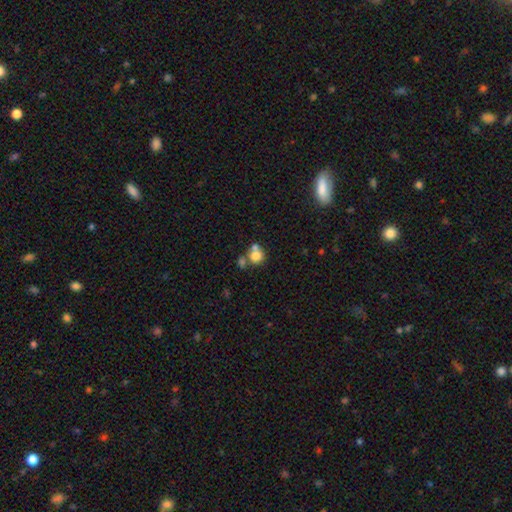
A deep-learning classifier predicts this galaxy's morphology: Smooth or featured?
  - smooth: 76% *
  - featured or disk: 13%
  - star or artifact: 11%
How rounded?
  - round: 84% *
  - in between: 15%
  - cigar-shaped: 1%
Merging?
  - none: 45% *
  - merger: 41%
  - minor disturbance: 9%
  - major disturbance: 4%